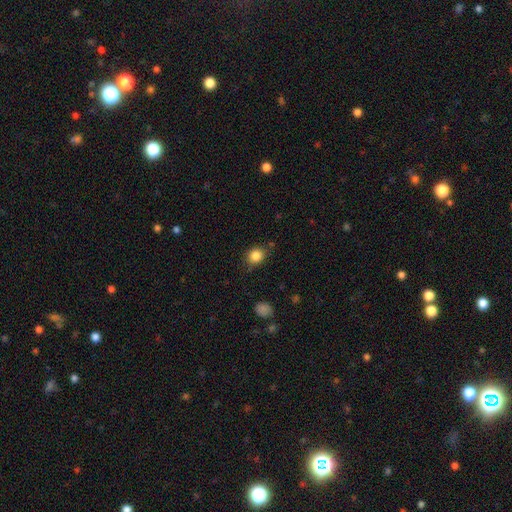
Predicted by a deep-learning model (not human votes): A smooth galaxy with no disk features (85%) that is round (63%).

Vote fractions:
- Smooth or featured? smooth: 85% / star or artifact: 10% / featured or disk: 5%
- How rounded? round: 63% / in between: 36% / cigar-shaped: 1%
- Merging? none: 77% / minor disturbance: 17% / major disturbance: 4% / merger: 2%